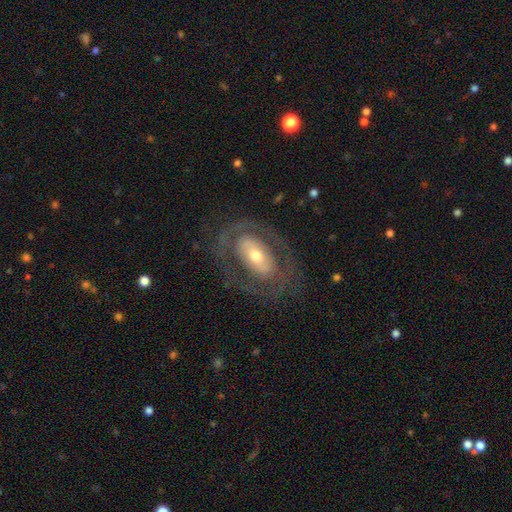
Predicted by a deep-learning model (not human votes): Smooth or featured? Predicted: featured or disk (p=0.67). Edge-on disk? Predicted: no (p=0.92). Bar? Predicted: no (p=0.54). Spiral arms? Predicted: no (p=0.59). Bulge size? Predicted: moderate (p=0.54). Merging? Predicted: none (p=0.71).